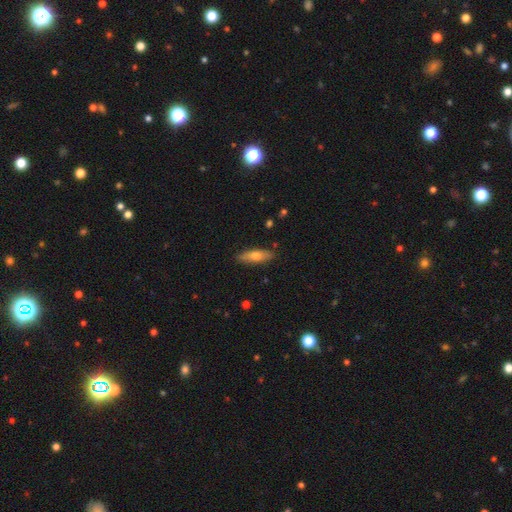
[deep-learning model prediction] A smooth galaxy with no disk features (61%) that is cigar-shaped (59%). Merging: none (87%).